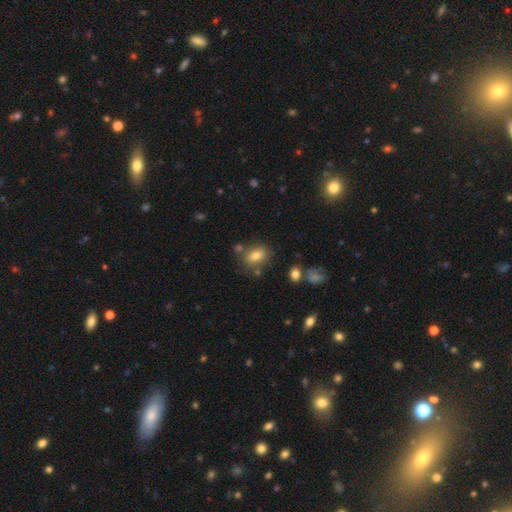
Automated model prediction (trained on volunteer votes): A smooth galaxy with no disk features (78%) that is in between round and cigar-shaped (78%). Merging: none (71%).